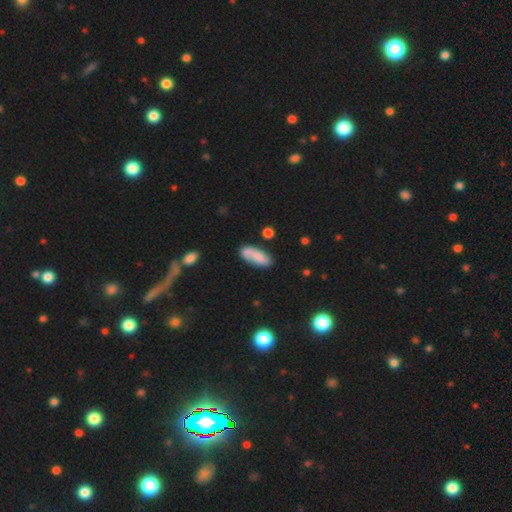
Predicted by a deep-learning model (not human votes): Morphology: type=smooth (65%); roundness=in between (78%); merging=none (58%).